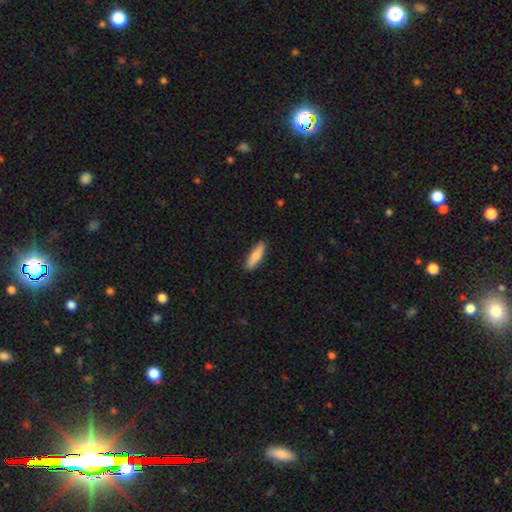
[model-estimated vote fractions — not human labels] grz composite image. It shows a smooth galaxy with no disk features (75%) that is cigar-shaped (66%). Merging: none (88%).